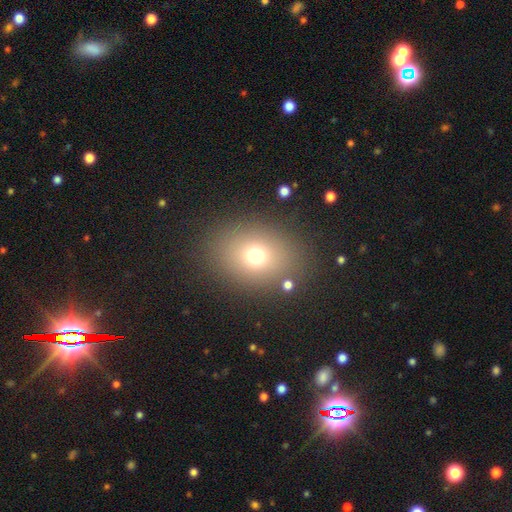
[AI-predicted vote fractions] smooth 71%, star or artifact 17%, featured or disk 12%. Down the decision tree: how rounded — in between (53%); merging — none (83%).